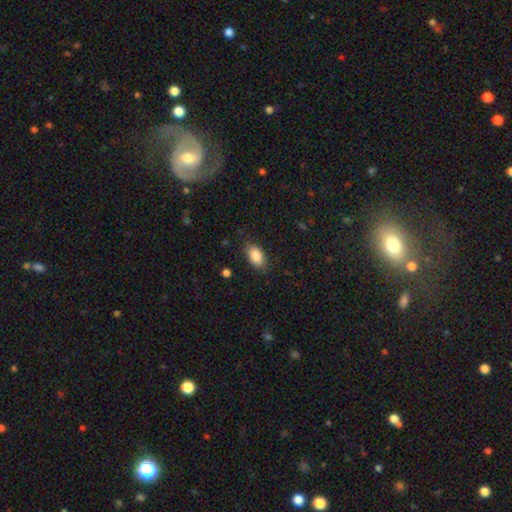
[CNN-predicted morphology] smooth_or_featured: smooth (p=0.86) [alt: star or artifact p=0.07]
how_rounded: in between (p=0.92) [alt: round p=0.06]
merging: none (p=0.81) [alt: minor disturbance p=0.14]